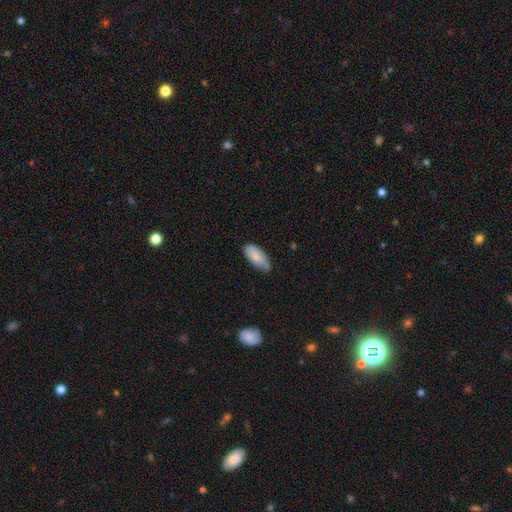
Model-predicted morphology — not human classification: smooth-or-featured: smooth: 82% | featured or disk: 12% | star or artifact: 6%
  how-rounded: in between: 87% | cigar-shaped: 12% | round: 2%
  merging: none: 55% | minor disturbance: 37% | major disturbance: 6% | merger: 2%